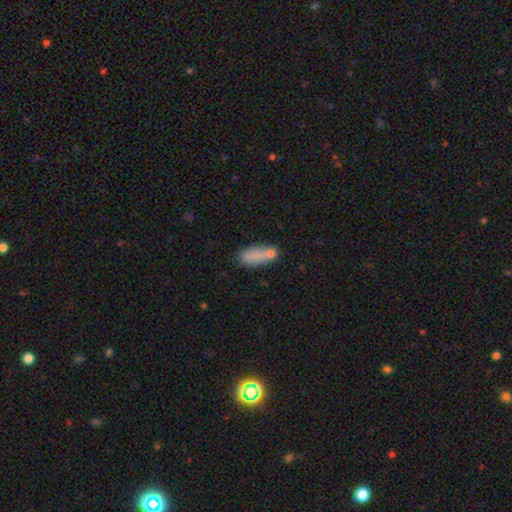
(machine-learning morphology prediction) smooth_or_featured: smooth (p=0.77) [alt: featured or disk p=0.14]
how_rounded: in between (p=0.68) [alt: cigar-shaped p=0.29]
merging: none (p=0.57) [alt: minor disturbance p=0.20]